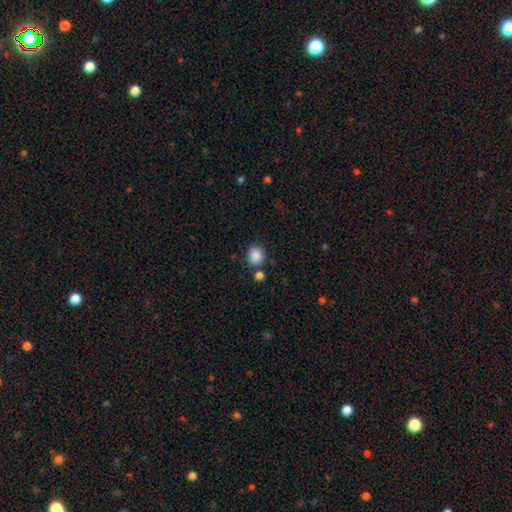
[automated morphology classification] A smooth galaxy with no disk features (87%) that is round (71%). Merging: none (76%).